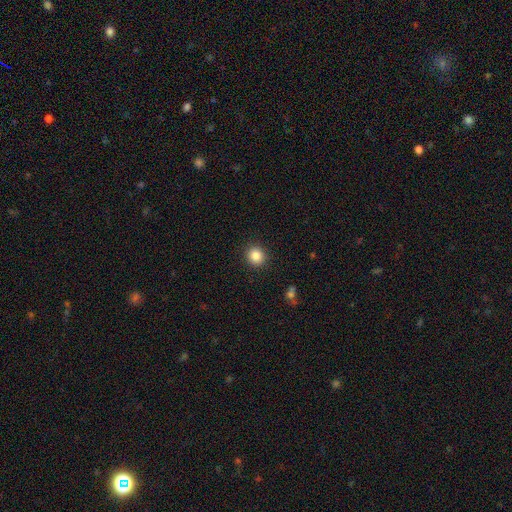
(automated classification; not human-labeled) smooth_or_featured: smooth (p=0.85) [alt: star or artifact p=0.10]
how_rounded: round (p=0.88) [alt: in between p=0.11]
merging: none (p=0.91) [alt: minor disturbance p=0.06]